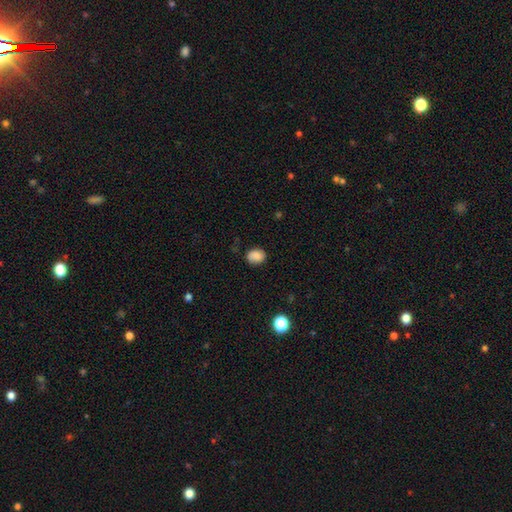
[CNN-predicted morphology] Overall: smooth (80%). How rounded: round (52%; in between 47%). Merging: none (77%).